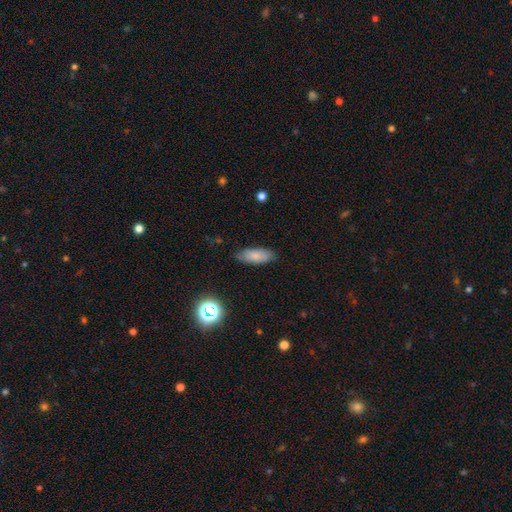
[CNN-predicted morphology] Overall: smooth (80%). How rounded: in between (77%). Merging: none (80%).